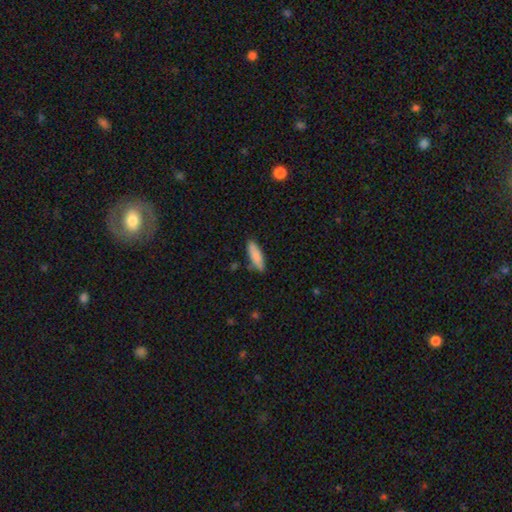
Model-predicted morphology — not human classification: This is clearly a smooth galaxy (86%). How rounded: possibly cigar-shaped (54%). Merging: clearly none (83%).